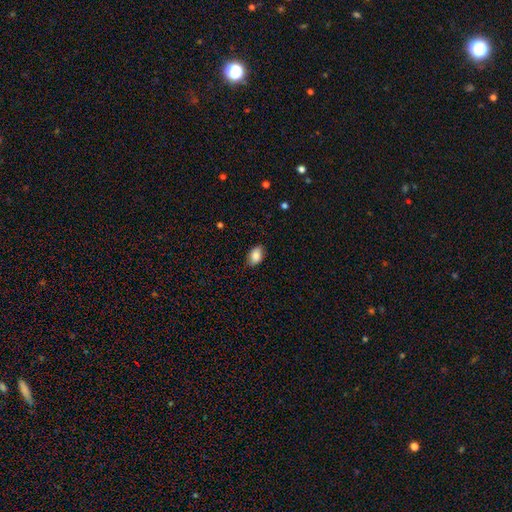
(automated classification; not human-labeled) Morphology: type=smooth (86%); roundness=in between (88%); merging=none (83%).